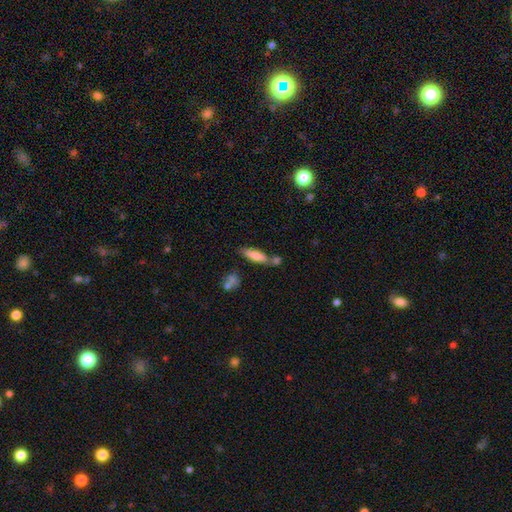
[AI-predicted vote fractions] The model was most divided on "how rounded": cigar-shaped: 60%, in between: 38%, round: 2%. More confident: smooth or featured — smooth (74%); merging — none (57%).